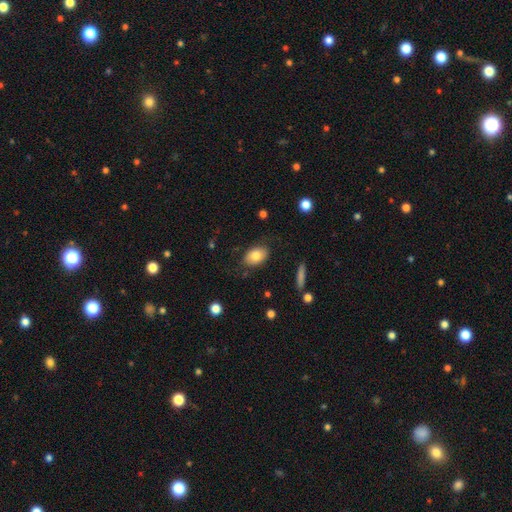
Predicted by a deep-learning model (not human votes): This is likely a smooth galaxy (79%). How rounded: clearly in between (86%). Merging: likely none (78%).